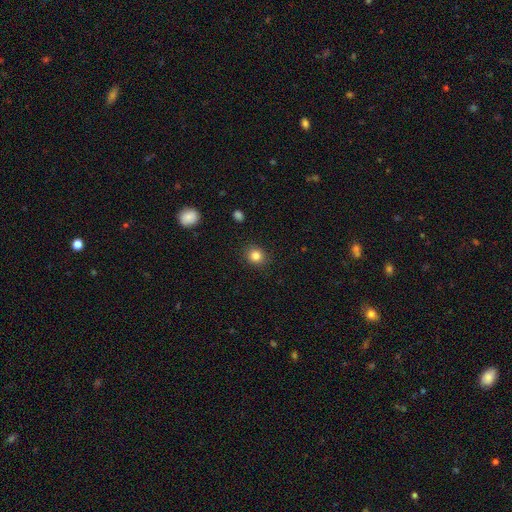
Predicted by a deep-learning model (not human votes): Morphology: type=smooth (84%); roundness=round (79%); merging=none (89%).